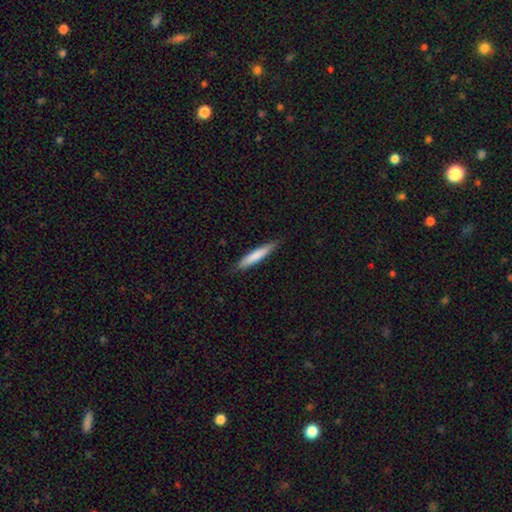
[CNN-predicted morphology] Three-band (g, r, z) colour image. It shows a smooth galaxy with no disk features (76%) that is cigar-shaped (92%). Merging: none (86%).